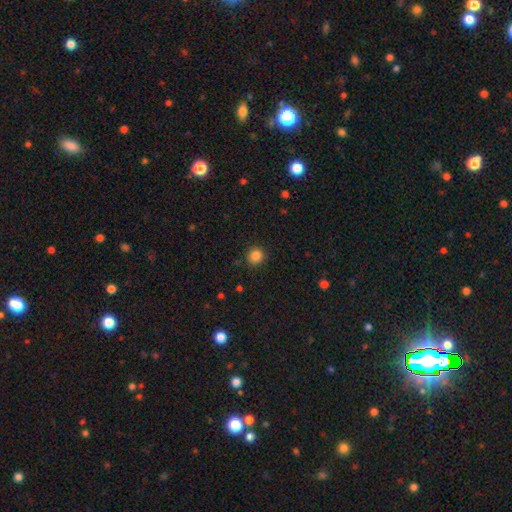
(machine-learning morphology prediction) A smooth galaxy with no disk features (84%) that is round (91%). Merging: none (88%).